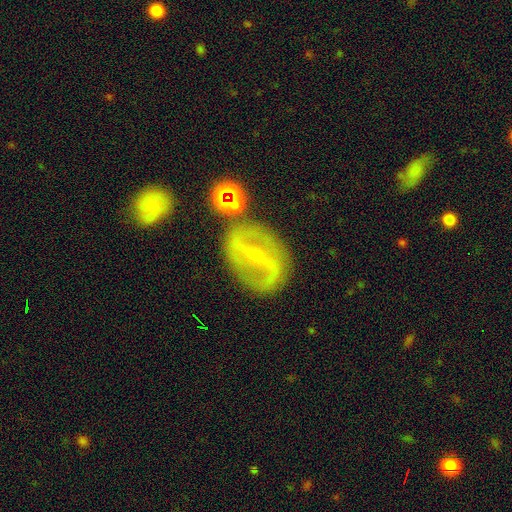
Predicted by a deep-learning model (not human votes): smooth_or_featured: featured or disk (p=0.83) [alt: smooth p=0.10]
disk_edge_on: no (p=0.94) [alt: yes p=0.06]
bar: strong (p=0.67) [alt: weak p=0.23]
has_spiral_arms: yes (p=0.79) [alt: no p=0.21]
spiral_winding: medium (p=0.43) [alt: loose p=0.31]
spiral_arm_count: 2 (p=0.84) [alt: can't tell p=0.09]
bulge_size: small (p=0.82) [alt: moderate p=0.14]
merging: none (p=0.72) [alt: minor disturbance p=0.15]